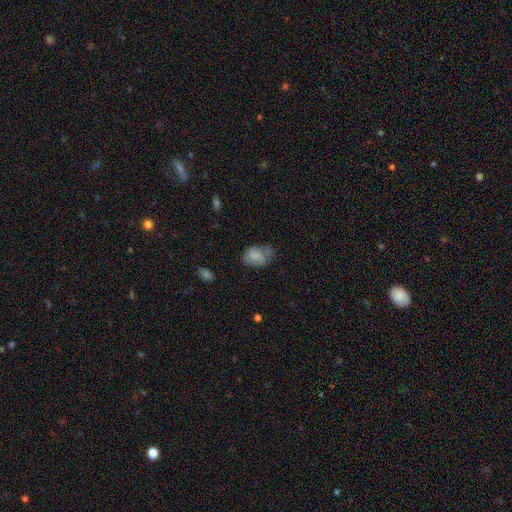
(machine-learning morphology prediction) Q: Smooth or featured?
A: smooth (70%); runner-up: featured or disk (21%)
Q: How rounded?
A: in between (83%); runner-up: round (15%)
Q: Merging?
A: none (44%); runner-up: minor disturbance (34%)